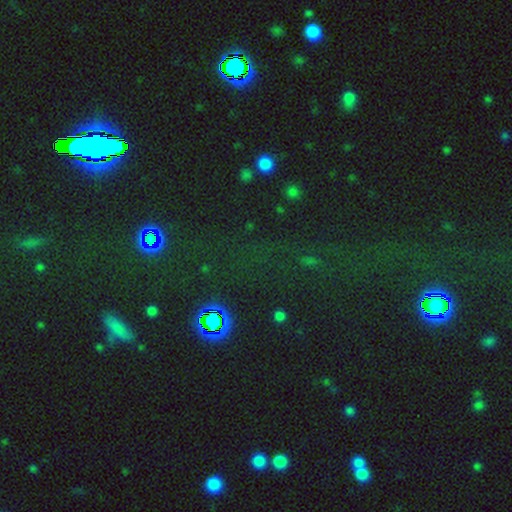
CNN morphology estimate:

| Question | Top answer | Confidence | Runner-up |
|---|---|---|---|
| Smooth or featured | star or artifact | 70% | smooth (21%) |